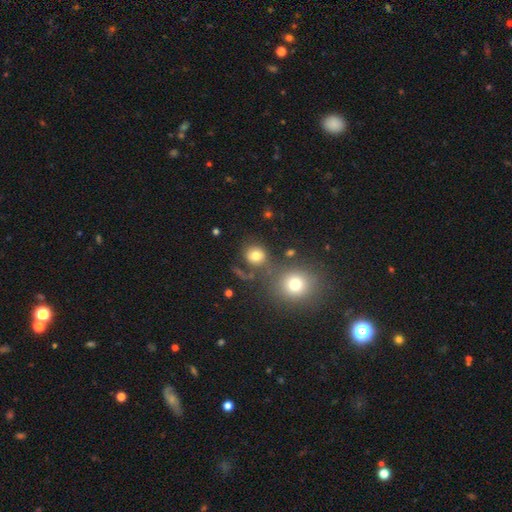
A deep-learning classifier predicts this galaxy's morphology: smooth 77%, star or artifact 14%, featured or disk 9%. Down the decision tree: how rounded — round (85%); merging — none (68%).